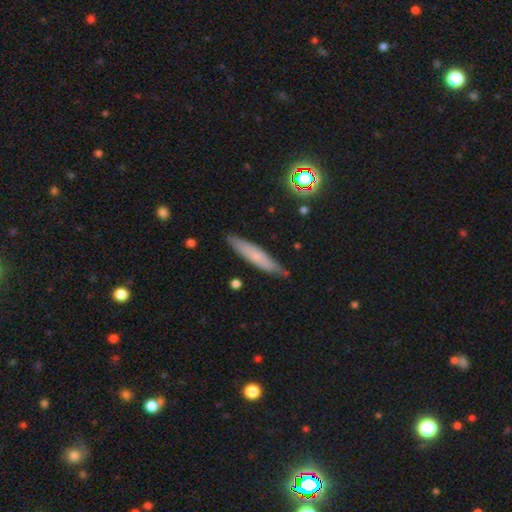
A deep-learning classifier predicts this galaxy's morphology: type=smooth (60%); roundness=cigar-shaped (87%); merging=none (83%).